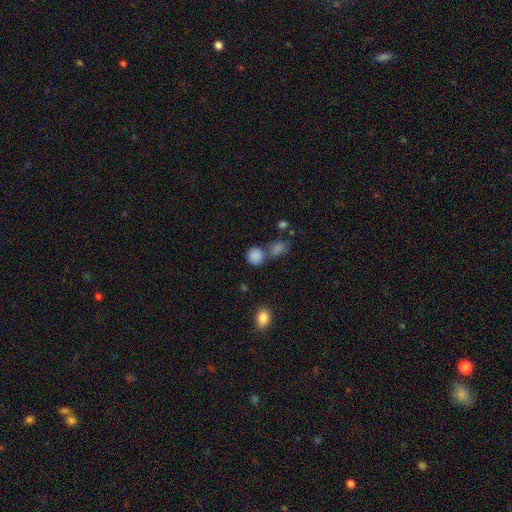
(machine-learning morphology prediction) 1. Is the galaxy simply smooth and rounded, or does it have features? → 85% smooth, 10% star or artifact, 5% featured or disk.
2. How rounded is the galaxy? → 82% round, 17% in between, 1% cigar-shaped.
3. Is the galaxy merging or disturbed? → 60% none, 26% merger, 10% minor disturbance, 4% major disturbance.